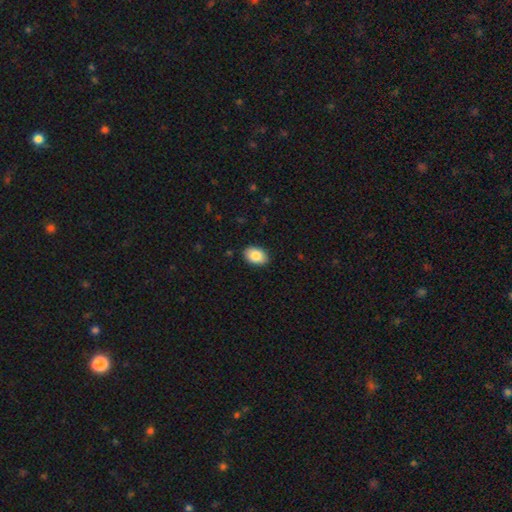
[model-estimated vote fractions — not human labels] smooth-or-featured: smooth: 86% | featured or disk: 7% | star or artifact: 7%
  how-rounded: in between: 86% | round: 13% | cigar-shaped: 1%
  merging: none: 89% | minor disturbance: 8% | major disturbance: 2% | merger: 1%